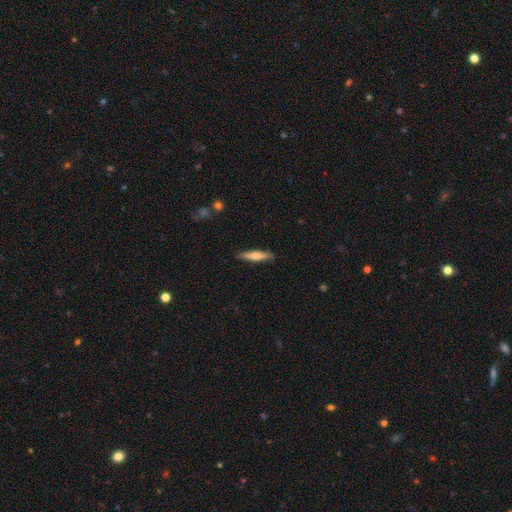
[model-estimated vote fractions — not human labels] Smooth or featured?
  - smooth: 56% *
  - featured or disk: 39%
  - star or artifact: 6%
How rounded?
  - cigar-shaped: 85% *
  - in between: 14%
  - round: 2%
Merging?
  - none: 86% *
  - minor disturbance: 10%
  - major disturbance: 2%
  - merger: 1%